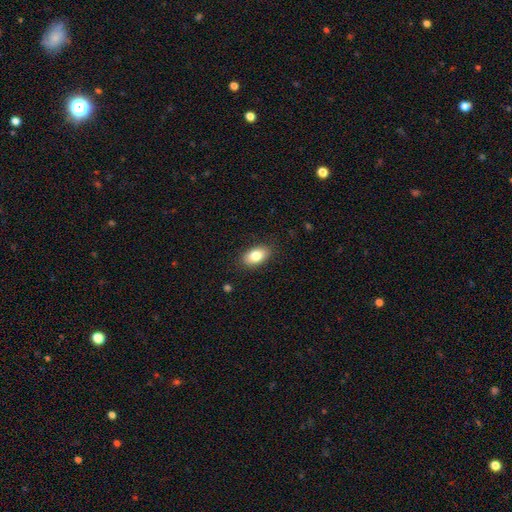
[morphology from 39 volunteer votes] Volunteers were most divided on "how rounded": in between: 89%, round: 9%, cigar-shaped: 3%. More confident: merging — none (95%); smooth or featured — smooth (90%).